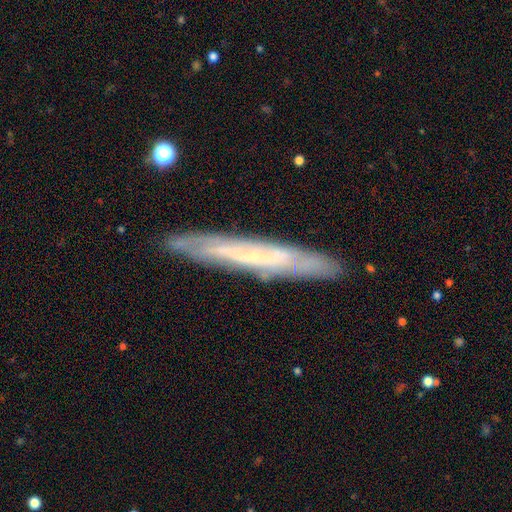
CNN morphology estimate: Smooth or featured? Predicted: featured or disk (p=0.63). Edge-on disk? Predicted: yes (p=0.75). Merging? Predicted: none (p=0.85).